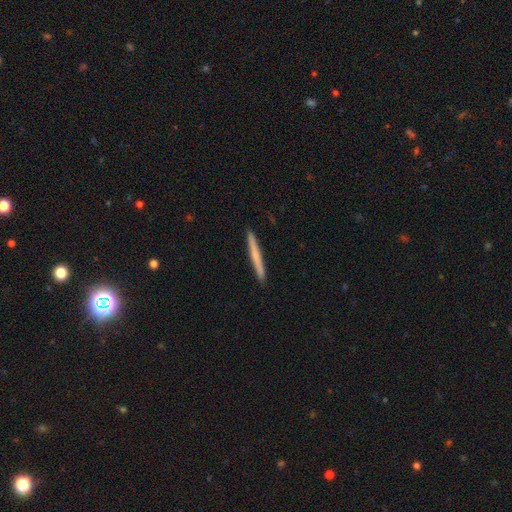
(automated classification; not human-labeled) The model was most divided on "smooth or featured": smooth: 58%, featured or disk: 36%, star or artifact: 5%. More confident: how rounded — cigar-shaped (97%); merging — none (93%).